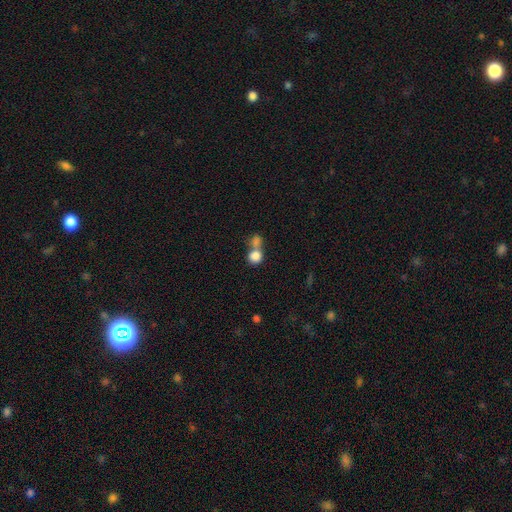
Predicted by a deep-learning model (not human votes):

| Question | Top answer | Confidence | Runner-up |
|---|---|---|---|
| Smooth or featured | smooth | 82% | star or artifact (9%) |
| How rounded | round | 79% | in between (19%) |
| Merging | merger | 56% | none (32%) |